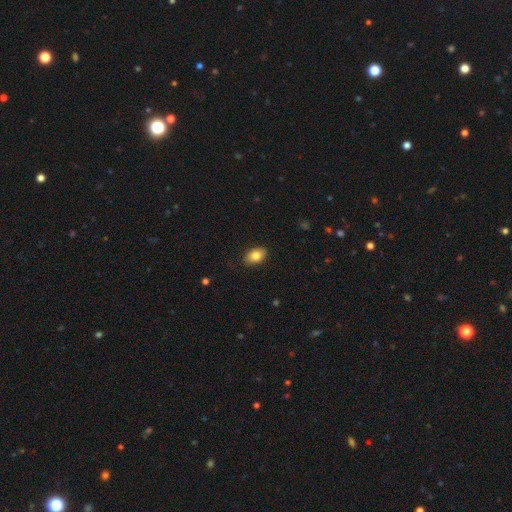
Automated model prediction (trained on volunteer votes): The model was most divided on "smooth or featured": smooth: 83%, featured or disk: 9%, star or artifact: 8%. More confident: how rounded — in between (87%); merging — none (87%).